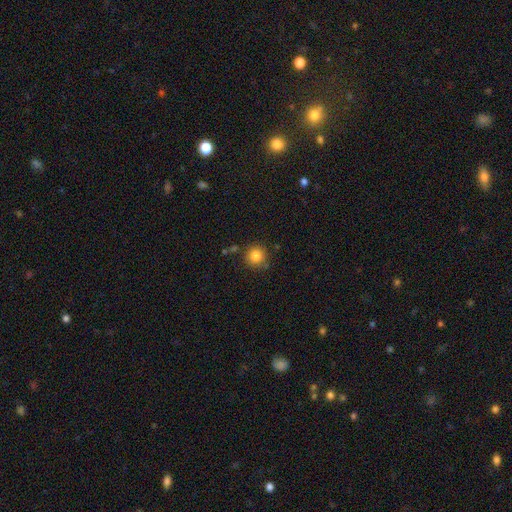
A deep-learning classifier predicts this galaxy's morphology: Smooth or featured?
  - smooth: 83% *
  - star or artifact: 11%
  - featured or disk: 6%
How rounded?
  - round: 94% *
  - in between: 5%
  - cigar-shaped: 1%
Merging?
  - none: 84% *
  - minor disturbance: 9%
  - merger: 4%
  - major disturbance: 3%